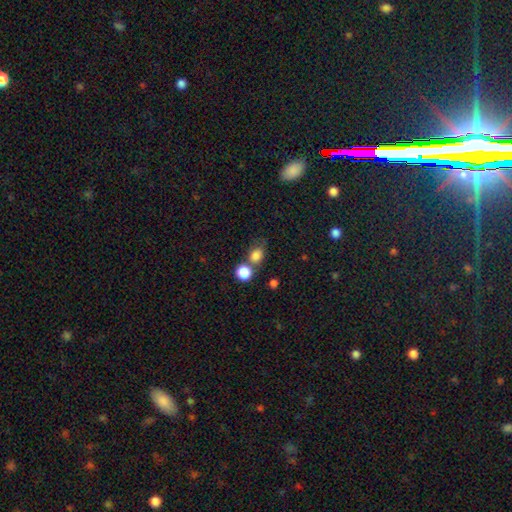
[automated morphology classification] type=smooth (81%); roundness=round (59%); merging=none (50%).